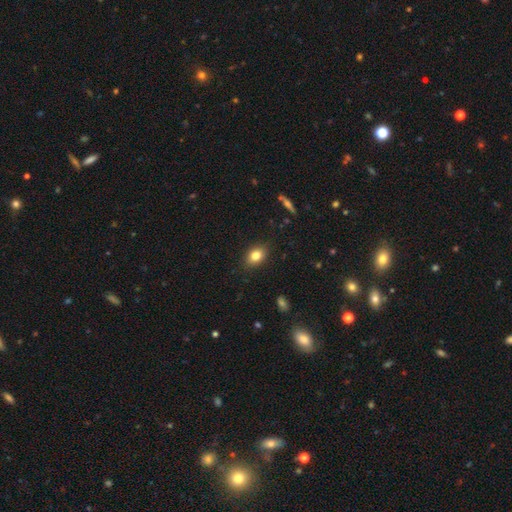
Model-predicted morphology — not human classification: Q: Smooth or featured?
A: smooth (81%); runner-up: star or artifact (10%)
Q: How rounded?
A: in between (73%); runner-up: round (25%)
Q: Merging?
A: none (87%); runner-up: minor disturbance (10%)